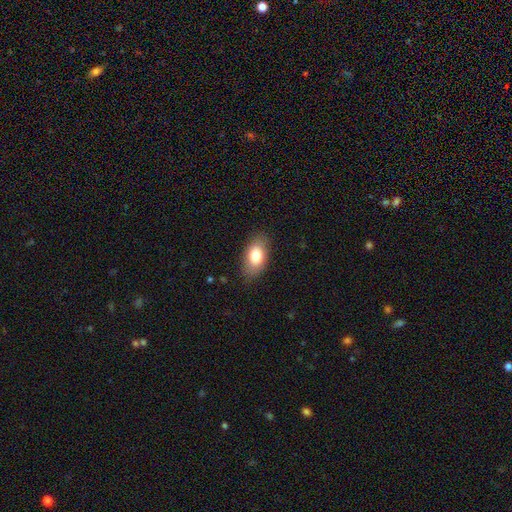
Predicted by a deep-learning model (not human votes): Smooth or featured?
  - smooth: 78% *
  - featured or disk: 14%
  - star or artifact: 7%
How rounded?
  - in between: 91% *
  - round: 5%
  - cigar-shaped: 4%
Merging?
  - none: 84% *
  - minor disturbance: 12%
  - major disturbance: 3%
  - merger: 1%